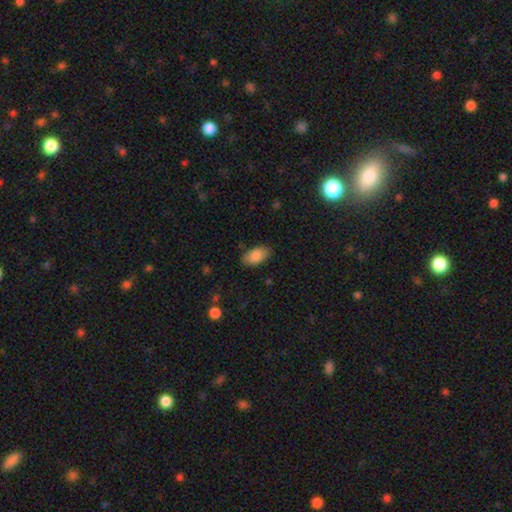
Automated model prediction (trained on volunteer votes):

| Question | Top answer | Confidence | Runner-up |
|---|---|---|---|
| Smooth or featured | smooth | 86% | featured or disk (7%) |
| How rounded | in between | 94% | round (3%) |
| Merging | none | 82% | minor disturbance (14%) |